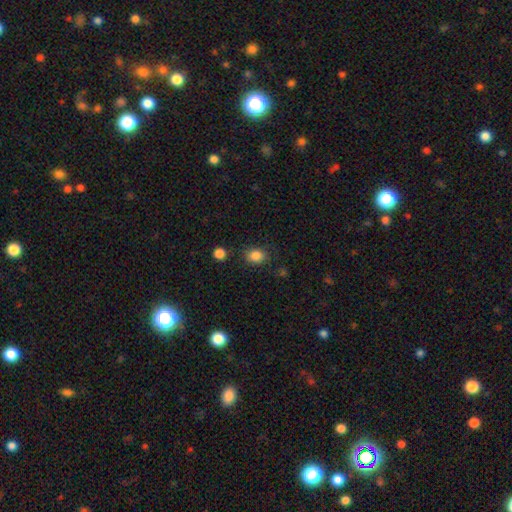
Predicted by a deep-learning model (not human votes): This is clearly a smooth galaxy (85%). How rounded: possibly in between (59%). Merging: likely none (77%).